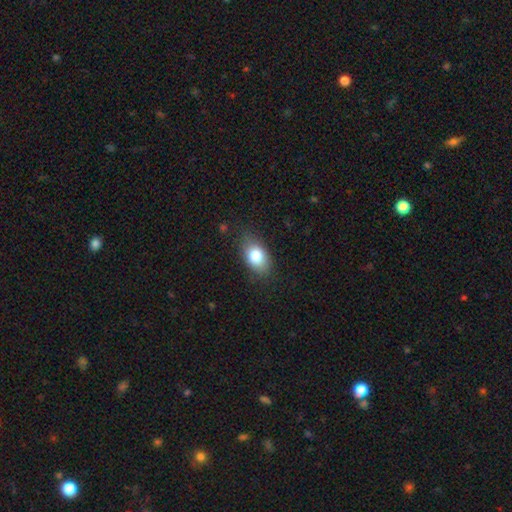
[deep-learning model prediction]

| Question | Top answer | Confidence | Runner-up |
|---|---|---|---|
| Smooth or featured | smooth | 82% | featured or disk (10%) |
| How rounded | in between | 85% | round (13%) |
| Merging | none | 77% | minor disturbance (18%) |